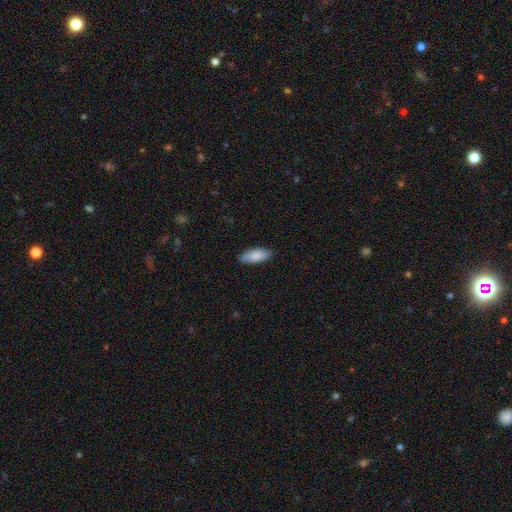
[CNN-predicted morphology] Q: Smooth or featured?
A: smooth (87%); runner-up: featured or disk (8%)
Q: How rounded?
A: in between (81%); runner-up: cigar-shaped (17%)
Q: Merging?
A: none (86%); runner-up: minor disturbance (11%)